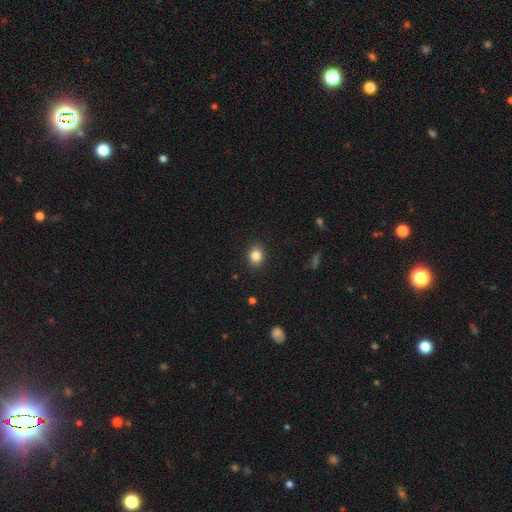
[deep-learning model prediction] Smooth or featured: smooth — 85% (star or artifact — 10%)
How rounded: round — 53% (in between — 46%)
Merging: none — 90% (minor disturbance — 7%)